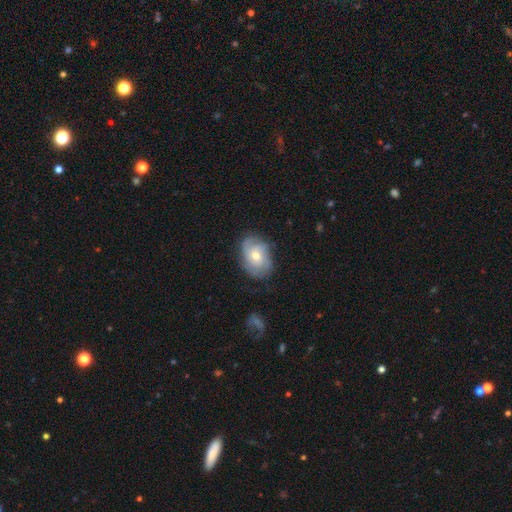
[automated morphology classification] Smooth or featured: featured or disk — 65% (smooth — 28%)
Edge-on disk: no — 96% (yes — 4%)
Bar: no — 74% (weak — 23%)
Spiral arms: yes — 88% (no — 12%)
Spiral winding: tight — 53% (medium — 34%)
Spiral arm count: can't tell — 35% (3 — 26%)
Bulge size: moderate — 61% (small — 34%)
Merging: none — 73% (minor disturbance — 20%)